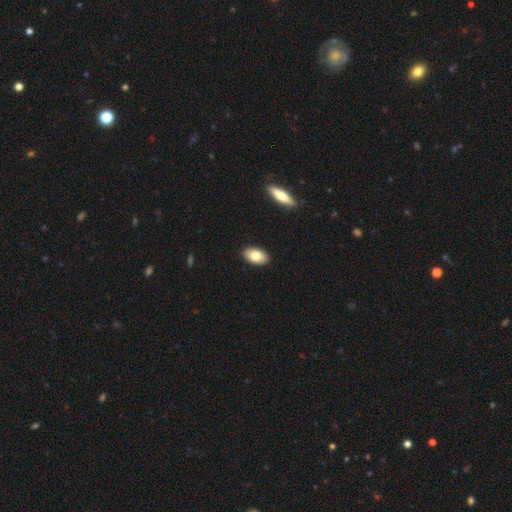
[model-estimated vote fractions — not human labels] Morphology: type=smooth (79%); roundness=in between (94%); merging=none (90%).